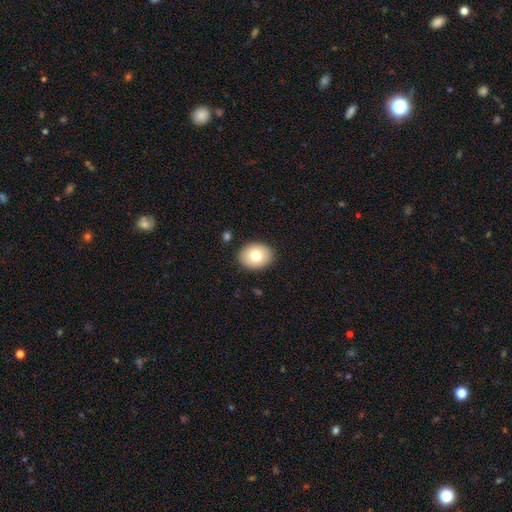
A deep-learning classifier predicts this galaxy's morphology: A smooth galaxy with no disk features (75%) that is in between round and cigar-shaped (58%). Merging: none (88%).